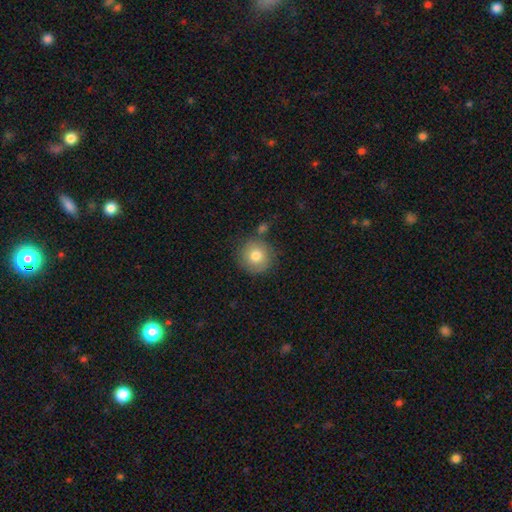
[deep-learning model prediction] smooth 79%, featured or disk 13%, star or artifact 8%. Down the decision tree: how rounded — round (94%); merging — none (78%).